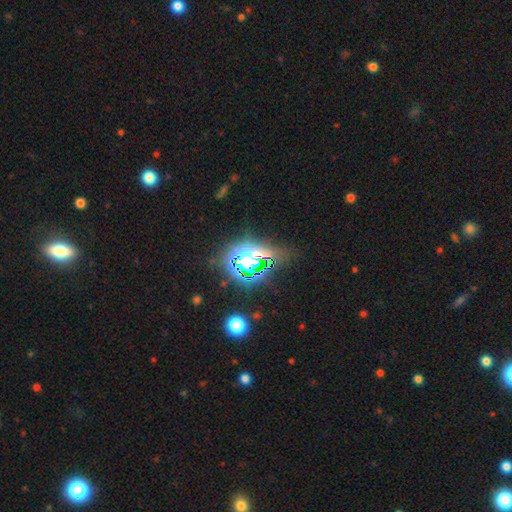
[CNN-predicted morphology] This appears to be a star or artifact, not a galaxy (60%).